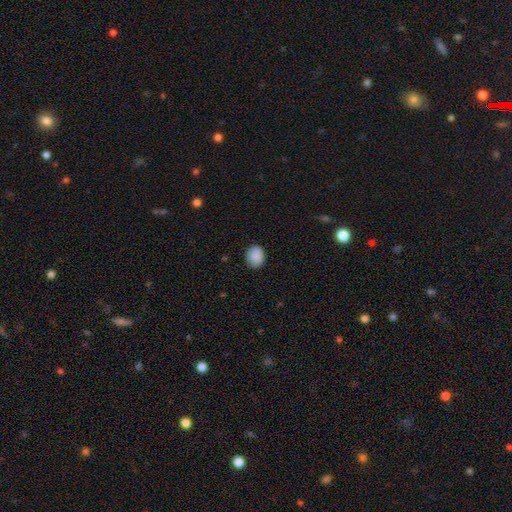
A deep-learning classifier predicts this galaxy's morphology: Smooth or featured: smooth — 87% (star or artifact — 8%)
How rounded: round — 61% (in between — 38%)
Merging: none — 83% (minor disturbance — 14%)